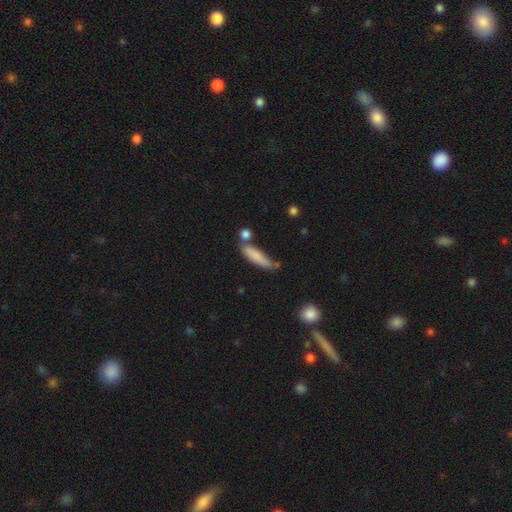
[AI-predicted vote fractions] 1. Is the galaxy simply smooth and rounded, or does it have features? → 79% smooth, 15% featured or disk, 7% star or artifact.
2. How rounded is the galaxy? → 74% cigar-shaped, 24% in between, 2% round.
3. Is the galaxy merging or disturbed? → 55% none, 23% minor disturbance, 15% merger, 7% major disturbance.